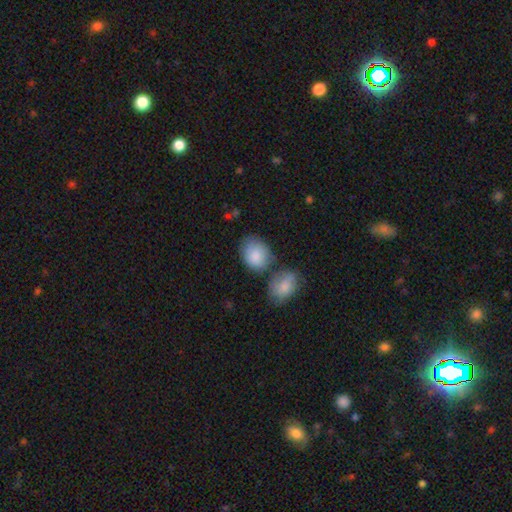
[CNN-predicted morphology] The model was most divided on "how rounded": in between: 54%, round: 45%, cigar-shaped: 1%. More confident: smooth or featured — smooth (86%); merging — none (52%).